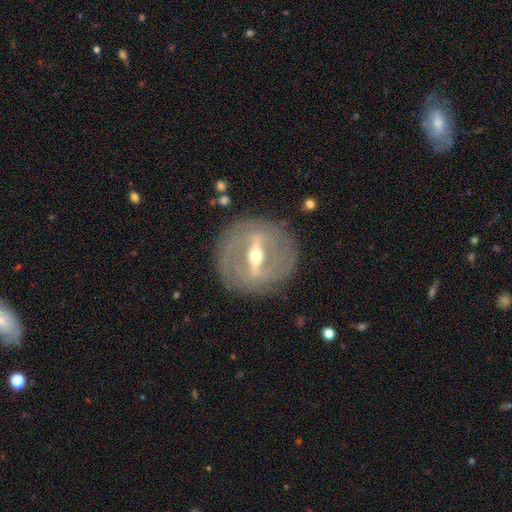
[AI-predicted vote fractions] Smooth or featured?
  - featured or disk: 86% *
  - smooth: 9%
  - star or artifact: 5%
Edge-on disk?
  - no: 70% *
  - yes: 30%
Bar?
  - strong: 82% *
  - weak: 14%
  - no: 5%
Spiral arms?
  - yes: 50% * (tied)
  - no: 50% * (tied)
Bulge size?
  - moderate: 64% *
  - small: 32%
  - large: 3%
  - dominant: 1%
  - none: 1%
Merging?
  - none: 85% *
  - minor disturbance: 10%
  - major disturbance: 4%
  - merger: 1%